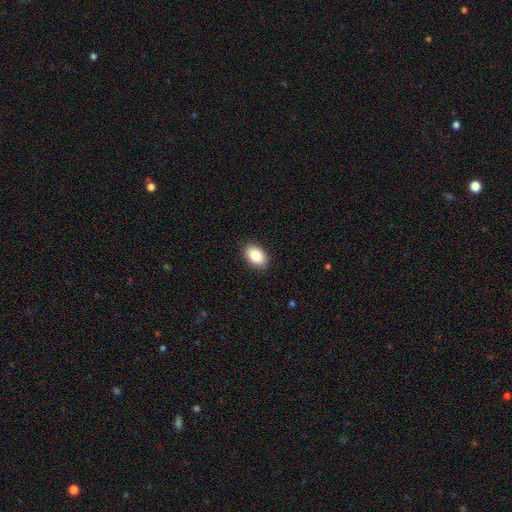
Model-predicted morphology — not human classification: This is clearly a smooth galaxy (89%). How rounded: clearly in between (91%). Merging: clearly none (88%).